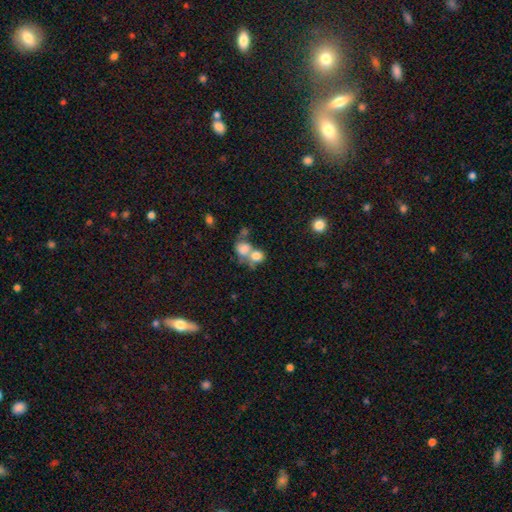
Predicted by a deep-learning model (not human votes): This appears to be a smooth galaxy with no disk features (75%) that is round (63%). Merging: merger (63%).